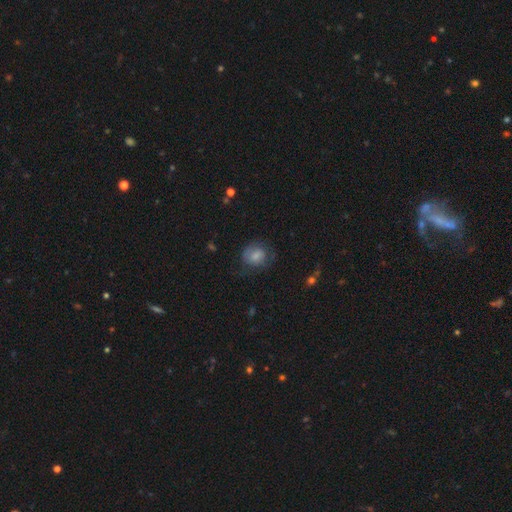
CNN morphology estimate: A smooth galaxy with no disk features (64%) that is round (59%). Merging: none (58%).